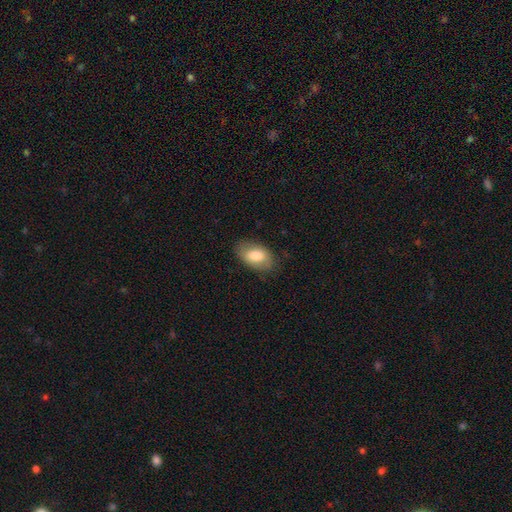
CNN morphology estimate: A smooth galaxy with no disk features (77%) that is in between round and cigar-shaped (92%). Merging: none (77%).